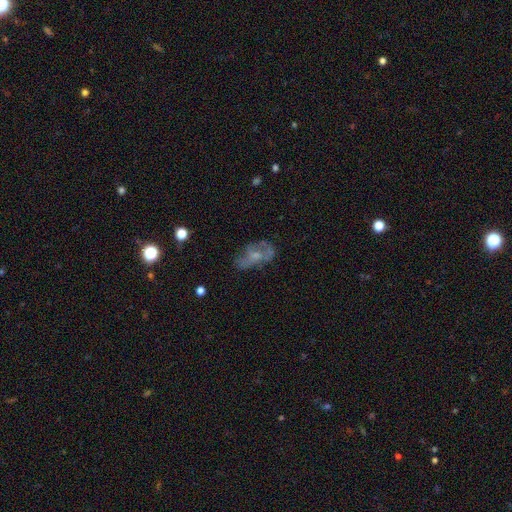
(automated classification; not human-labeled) A featured or disk galaxy (54%) with no bar (76%), no spiral arms (55%) and a small central bulge (48%).

Vote fractions:
- Smooth or featured? featured or disk: 54% / smooth: 35% / star or artifact: 11%
- Edge-on disk? no: 94% / yes: 6%
- Bar? no: 76% / weak: 20% / strong: 4%
- Spiral arms? no: 55% / yes: 45%
- Bulge size? small: 48% / moderate: 37% / none: 11% / large: 3% / dominant: 1%
- Merging? none: 50% / minor disturbance: 25% / major disturbance: 21% / merger: 4%